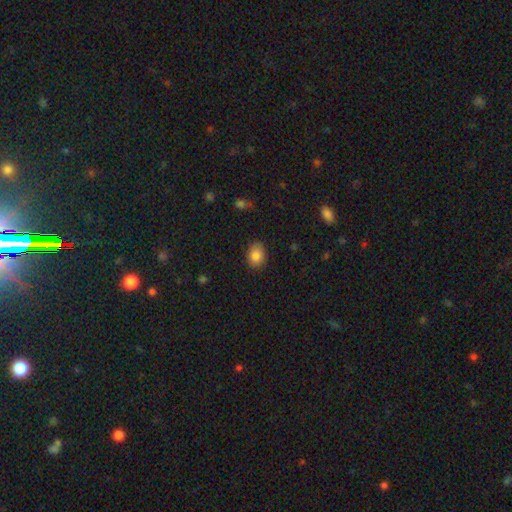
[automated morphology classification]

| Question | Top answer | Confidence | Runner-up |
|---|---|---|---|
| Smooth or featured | smooth | 85% | star or artifact (9%) |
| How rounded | in between | 61% | round (38%) |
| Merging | none | 83% | minor disturbance (13%) |